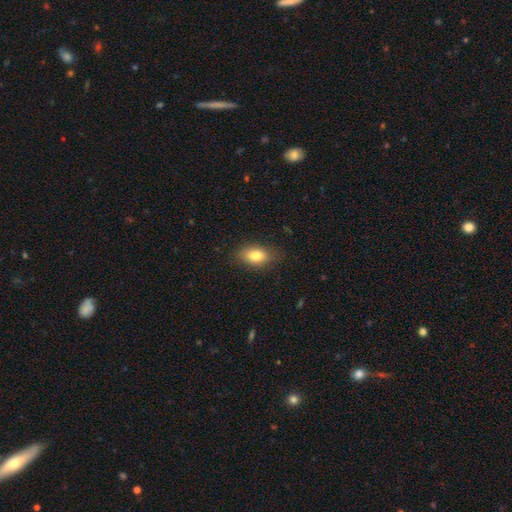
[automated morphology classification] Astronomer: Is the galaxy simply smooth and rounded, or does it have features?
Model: smooth — 81%.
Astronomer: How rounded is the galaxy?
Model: in between — 86%.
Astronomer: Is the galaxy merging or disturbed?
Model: none — 81%.